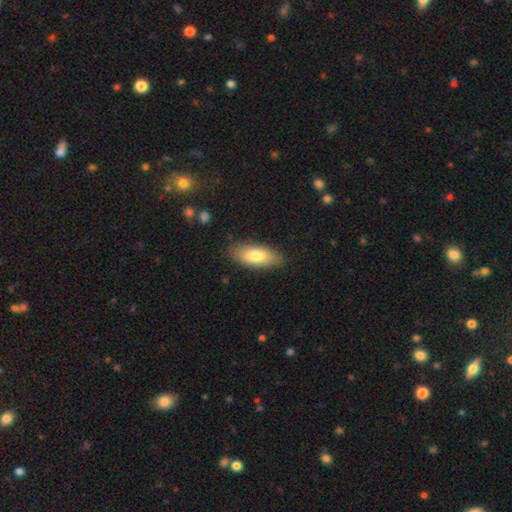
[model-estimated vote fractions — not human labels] Smooth or featured: smooth — 76% (featured or disk — 18%)
How rounded: in between — 81% (cigar-shaped — 17%)
Merging: none — 82% (minor disturbance — 14%)